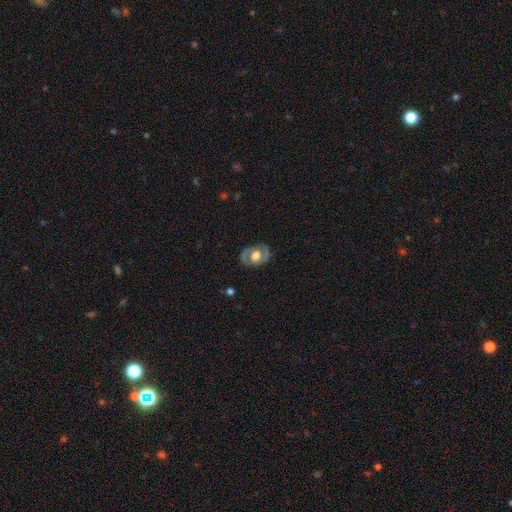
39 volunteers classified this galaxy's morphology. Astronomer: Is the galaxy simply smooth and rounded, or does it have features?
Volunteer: featured or disk — 82%.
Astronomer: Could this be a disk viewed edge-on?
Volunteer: no — 97%.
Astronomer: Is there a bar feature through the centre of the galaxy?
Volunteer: no — 65%.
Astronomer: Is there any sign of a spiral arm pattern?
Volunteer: no — 61% (runner-up: yes, 39%).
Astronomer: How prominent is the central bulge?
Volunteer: large — 68%.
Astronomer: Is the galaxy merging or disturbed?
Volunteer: none — 71%.